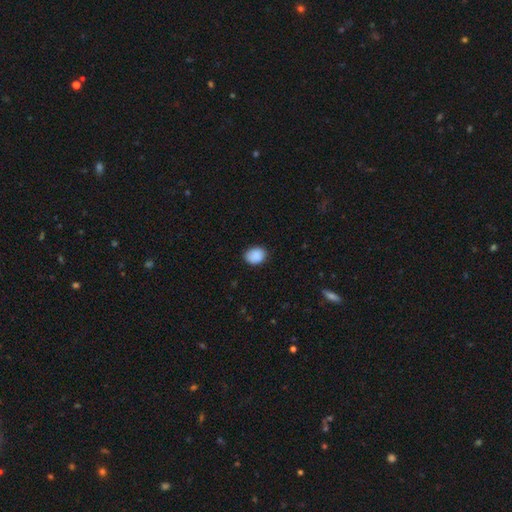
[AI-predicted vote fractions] This is clearly a smooth galaxy (89%). How rounded: possibly in between (53%). Merging: likely none (80%).